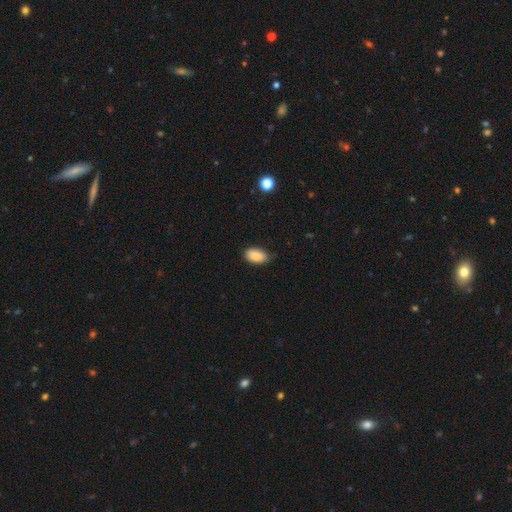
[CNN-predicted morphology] A smooth galaxy with no disk features (87%) that is in between round and cigar-shaped (93%).

Vote fractions:
- Smooth or featured? smooth: 87% / star or artifact: 8% / featured or disk: 5%
- How rounded? in between: 93% / round: 5% / cigar-shaped: 2%
- Merging? none: 76% / minor disturbance: 20% / major disturbance: 3% / merger: 1%